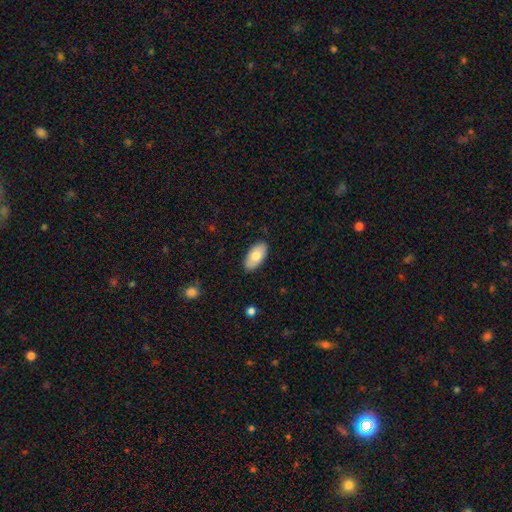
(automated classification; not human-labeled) A smooth galaxy with no disk features (77%) that is in between round and cigar-shaped (94%).

Vote fractions:
- Smooth or featured? smooth: 77% / featured or disk: 17% / star or artifact: 6%
- How rounded? in between: 94% / cigar-shaped: 3% / round: 3%
- Merging? none: 88% / minor disturbance: 10% / major disturbance: 2% / merger: 1%